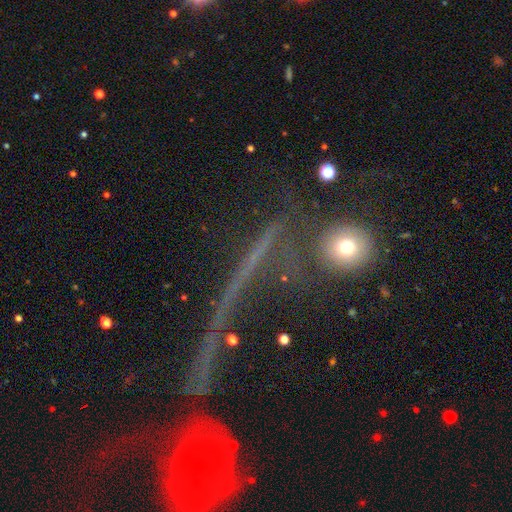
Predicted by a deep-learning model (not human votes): Smooth or featured? Predicted: featured or disk (p=0.40). Merging? Predicted: none (p=0.68).